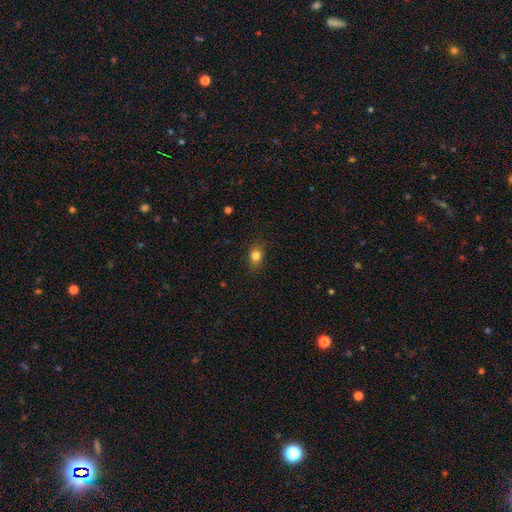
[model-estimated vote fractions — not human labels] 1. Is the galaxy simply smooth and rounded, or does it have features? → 82% smooth, 11% star or artifact, 8% featured or disk.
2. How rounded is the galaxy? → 62% in between, 35% round, 2% cigar-shaped.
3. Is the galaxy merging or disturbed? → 84% none, 12% minor disturbance, 3% major disturbance, 1% merger.